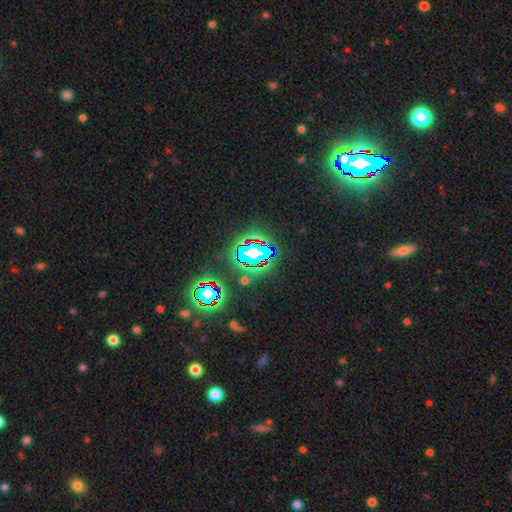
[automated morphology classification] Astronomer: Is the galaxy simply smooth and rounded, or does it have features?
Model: star or artifact — 83%.